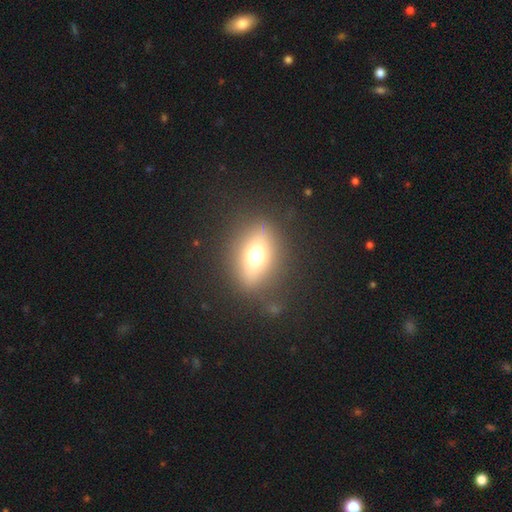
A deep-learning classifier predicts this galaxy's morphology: This appears to be a smooth galaxy with no disk features (58%) that is in between round and cigar-shaped (56%). Merging: none (81%).